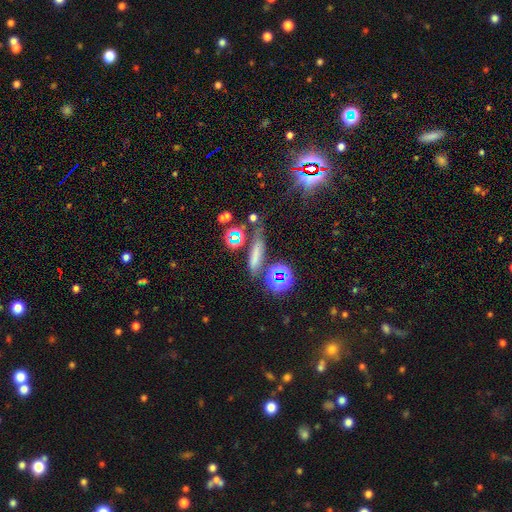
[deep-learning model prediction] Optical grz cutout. It shows a smooth galaxy with no disk features (56%) that is cigar-shaped (65%). Merging: none (66%).